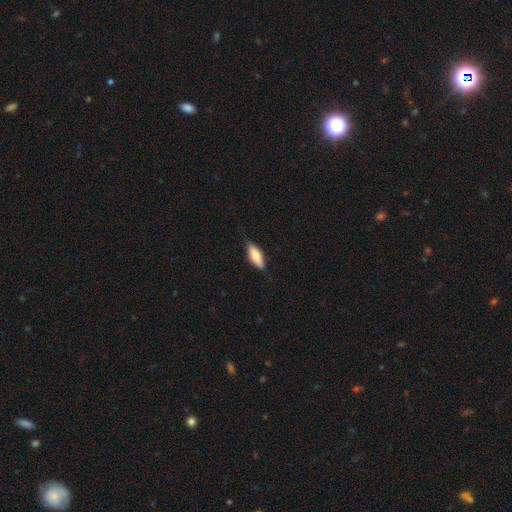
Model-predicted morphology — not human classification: The model was most divided on "how rounded": in between: 67%, cigar-shaped: 31%, round: 2%. More confident: merging — none (77%); smooth or featured — smooth (76%).